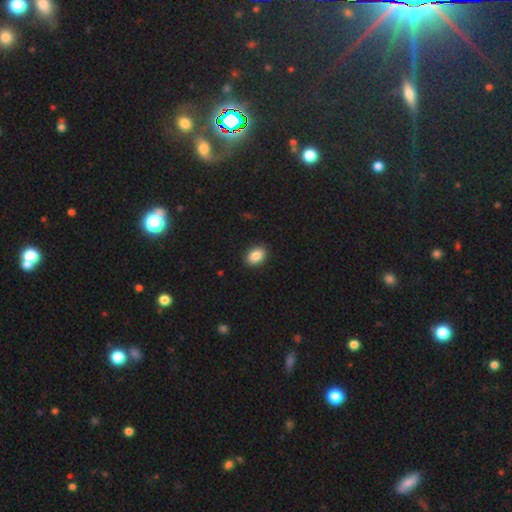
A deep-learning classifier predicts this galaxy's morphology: Overall: smooth (87%). How rounded: in between (81%). Merging: none (91%).